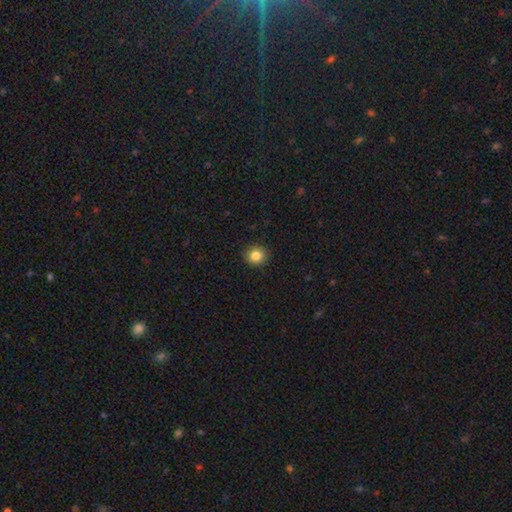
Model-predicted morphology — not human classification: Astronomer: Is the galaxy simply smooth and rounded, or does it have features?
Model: smooth — 84%.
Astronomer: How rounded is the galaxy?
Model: round — 92%.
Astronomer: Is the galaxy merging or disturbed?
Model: none — 92%.